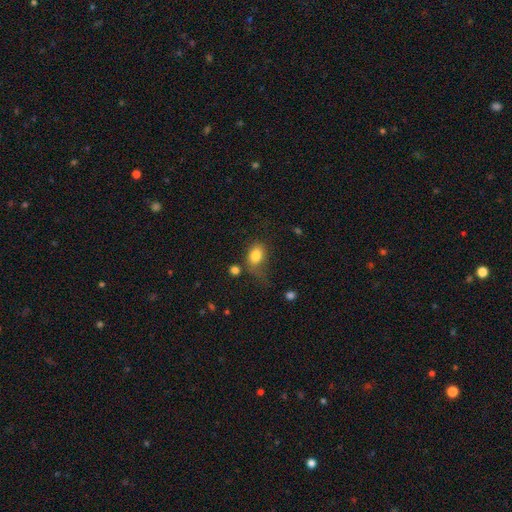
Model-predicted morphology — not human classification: smooth 81%, featured or disk 10%, star or artifact 9%. Down the decision tree: how rounded — in between (72%); merging — none (44%).